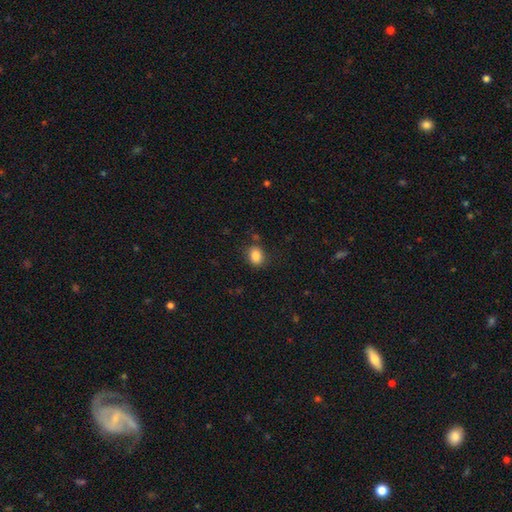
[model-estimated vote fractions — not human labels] This appears to be a smooth galaxy with no disk features (86%) that is in between round and cigar-shaped (55%). Merging: none (81%).